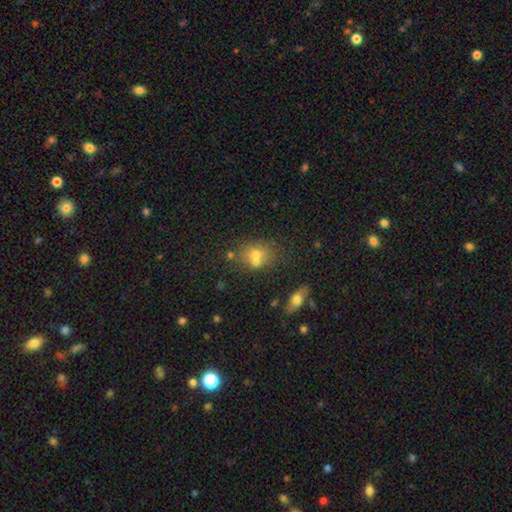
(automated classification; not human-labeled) Smooth or featured? Predicted: smooth (p=0.63). How rounded? Predicted: round (p=0.52). Merging? Predicted: none (p=0.46).